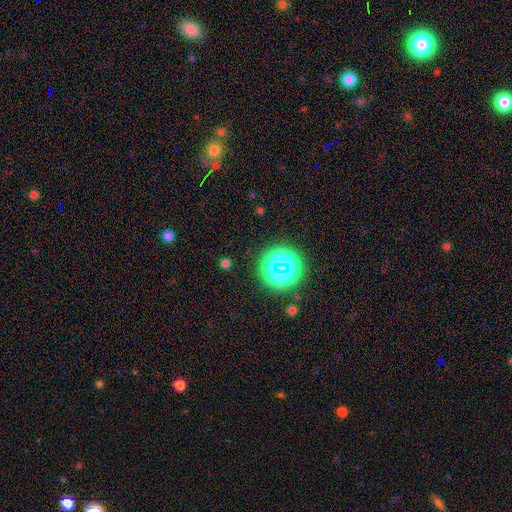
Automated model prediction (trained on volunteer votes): A star or artifact, not a galaxy (75%).

Vote fractions:
- Smooth or featured? star or artifact: 75% / smooth: 17% / featured or disk: 8%